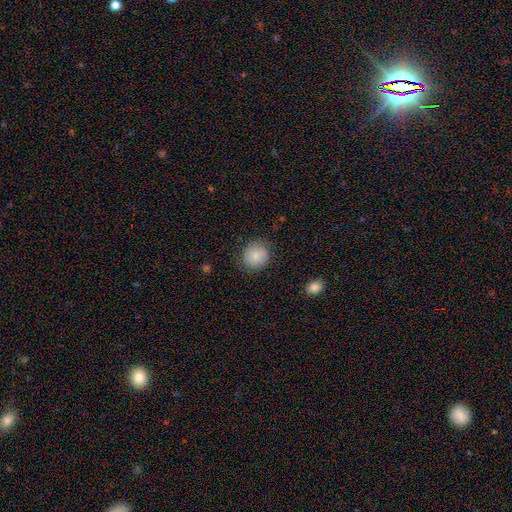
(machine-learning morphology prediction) smooth_or_featured: smooth (p=0.84) [alt: featured or disk p=0.08]
how_rounded: round (p=0.85) [alt: in between p=0.15]
merging: none (p=0.83) [alt: minor disturbance p=0.13]